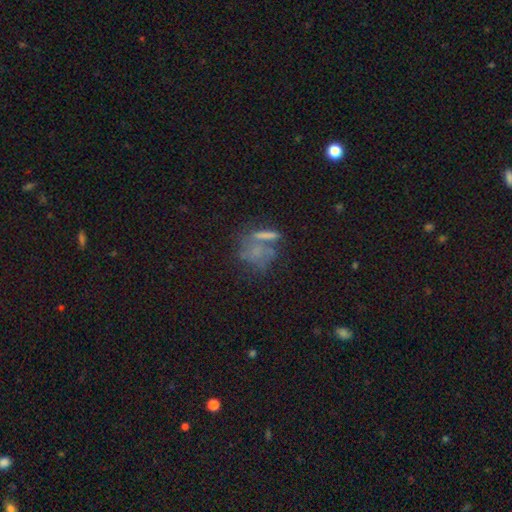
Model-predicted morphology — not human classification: smooth_or_featured: smooth (p=0.46) [alt: featured or disk p=0.30]
merging: none (p=0.42) [alt: merger p=0.24]